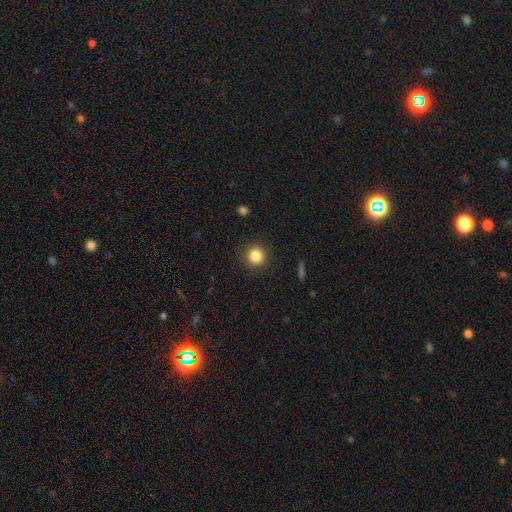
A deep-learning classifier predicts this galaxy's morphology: Overall: smooth (85%). How rounded: round (94%). Merging: none (91%).